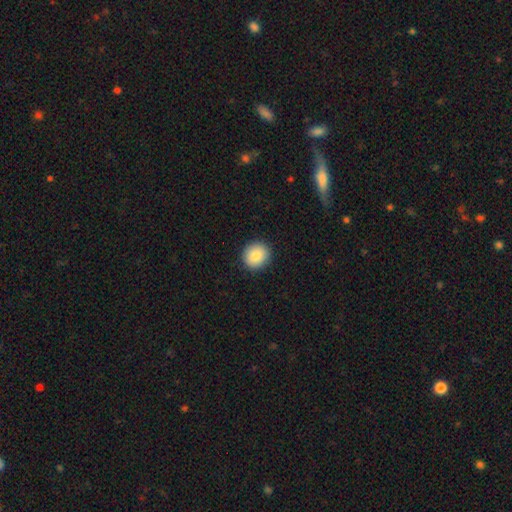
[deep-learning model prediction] Smooth or featured? Predicted: smooth (p=0.85). How rounded? Predicted: round (p=0.87). Merging? Predicted: none (p=0.92).